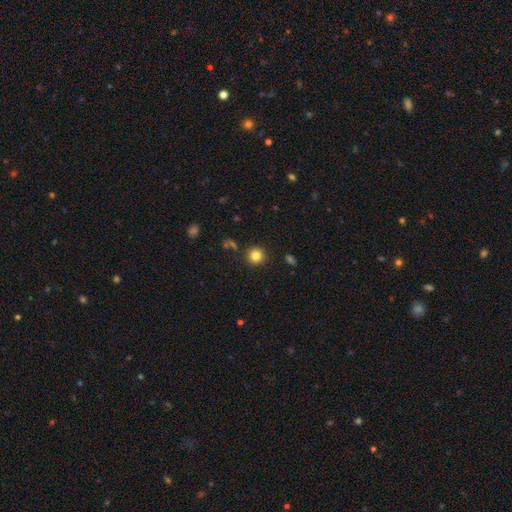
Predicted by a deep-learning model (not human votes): smooth 82%, star or artifact 12%, featured or disk 6%. Down the decision tree: how rounded — round (94%); merging — none (90%).